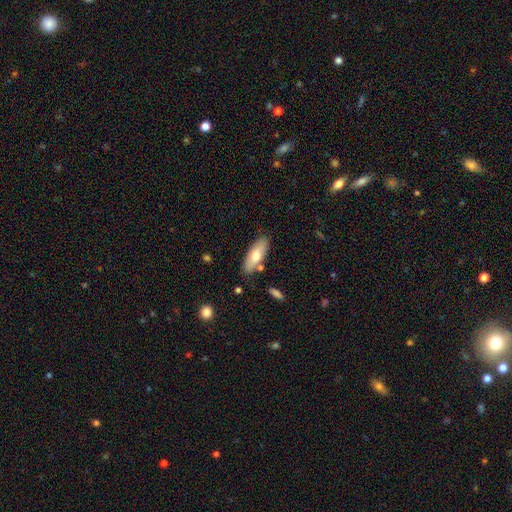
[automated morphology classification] Smooth or featured: smooth — 66% (featured or disk — 28%)
How rounded: in between — 71% (cigar-shaped — 27%)
Merging: none — 81% (minor disturbance — 12%)